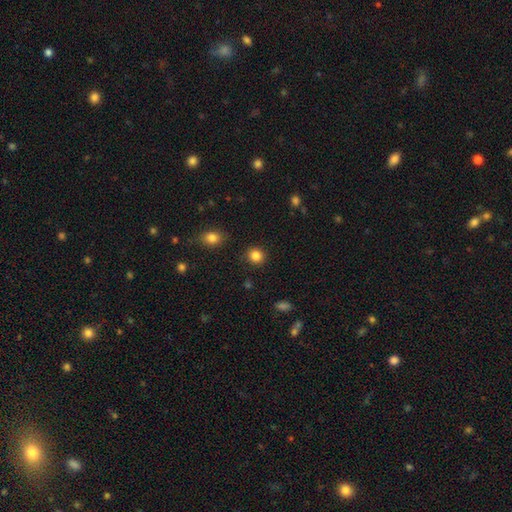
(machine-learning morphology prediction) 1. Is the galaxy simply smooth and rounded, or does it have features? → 85% smooth, 11% star or artifact, 4% featured or disk.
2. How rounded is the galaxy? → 86% round, 13% in between, 1% cigar-shaped.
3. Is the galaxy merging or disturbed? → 89% none, 7% minor disturbance, 2% major disturbance, 2% merger.